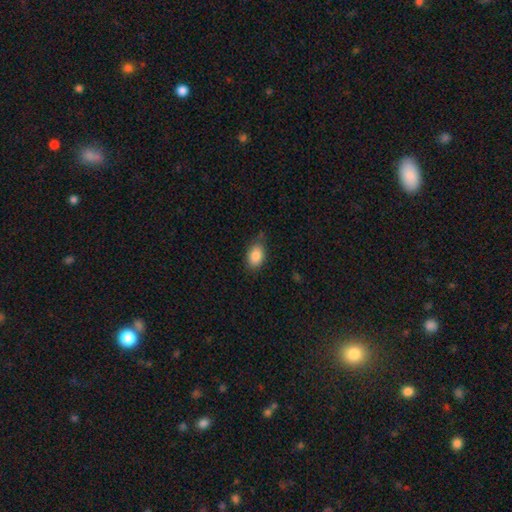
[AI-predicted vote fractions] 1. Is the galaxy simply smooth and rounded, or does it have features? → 86% smooth, 8% star or artifact, 6% featured or disk.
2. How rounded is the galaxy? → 86% in between, 12% round, 2% cigar-shaped.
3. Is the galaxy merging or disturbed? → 72% none, 22% minor disturbance, 4% major disturbance, 2% merger.